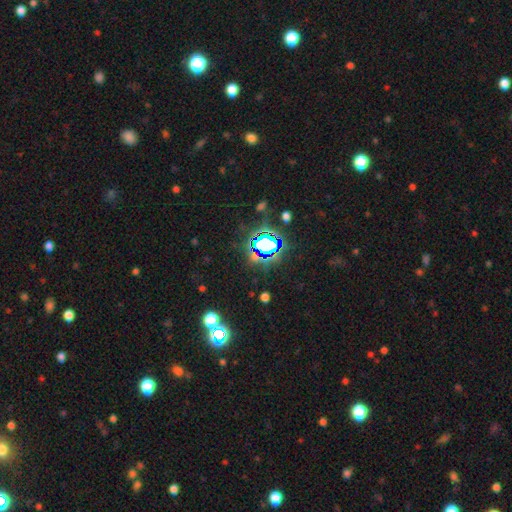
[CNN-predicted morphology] A star or artifact, not a galaxy (71%).